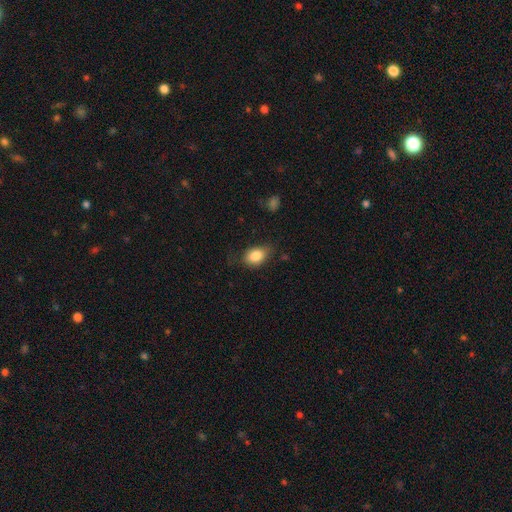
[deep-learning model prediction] Smooth or featured? Predicted: smooth (p=0.84). How rounded? Predicted: in between (p=0.78). Merging? Predicted: none (p=0.66).